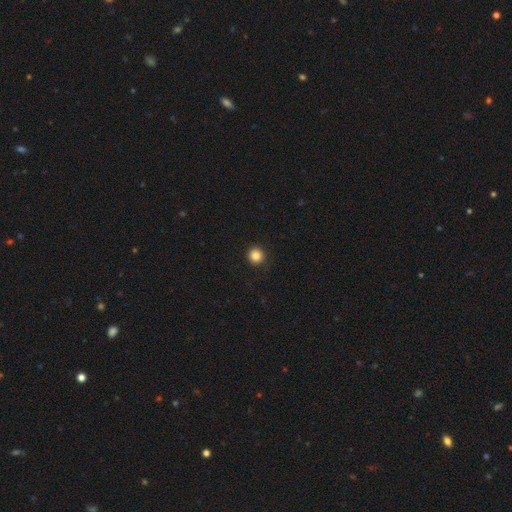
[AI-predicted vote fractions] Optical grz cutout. It shows a smooth galaxy with no disk features (86%) that is round (95%). Merging: none (92%).